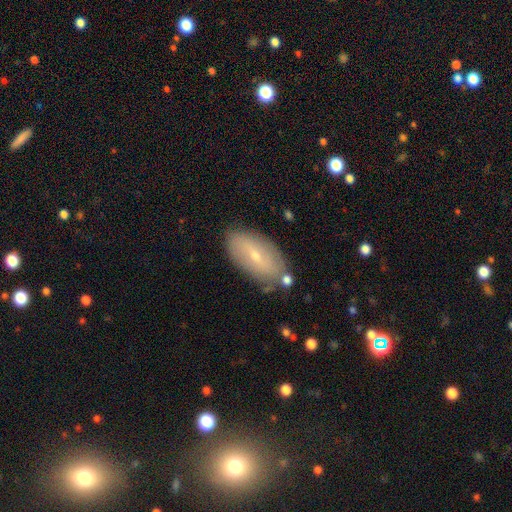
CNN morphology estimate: A smooth galaxy with no disk features (48%).

Vote fractions:
- Smooth or featured? smooth: 48% / featured or disk: 44% / star or artifact: 8%
- Merging? none: 78% / minor disturbance: 15% / merger: 4% / major disturbance: 3%